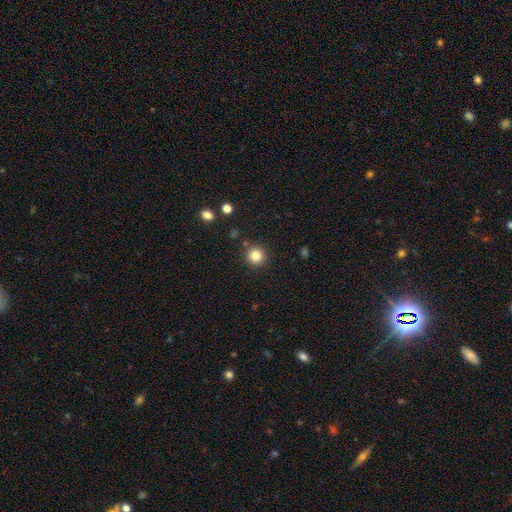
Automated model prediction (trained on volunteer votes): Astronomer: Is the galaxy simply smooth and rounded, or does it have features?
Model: smooth — 83%.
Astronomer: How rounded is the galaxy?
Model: round — 95%.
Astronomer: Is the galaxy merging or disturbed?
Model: none — 88%.